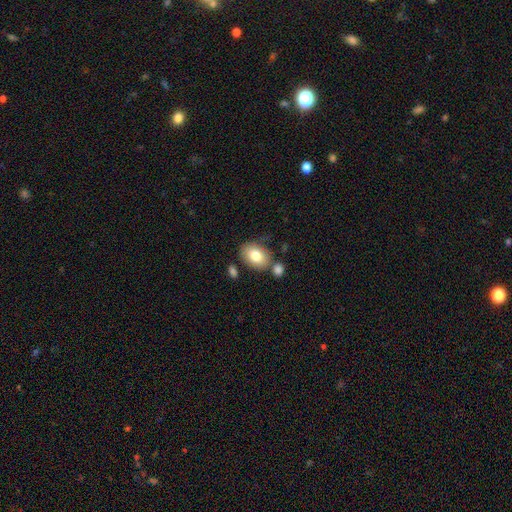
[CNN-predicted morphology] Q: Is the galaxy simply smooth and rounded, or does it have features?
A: smooth — 80%.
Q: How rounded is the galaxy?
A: in between — 82%.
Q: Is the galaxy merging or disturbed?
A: none — 66%.